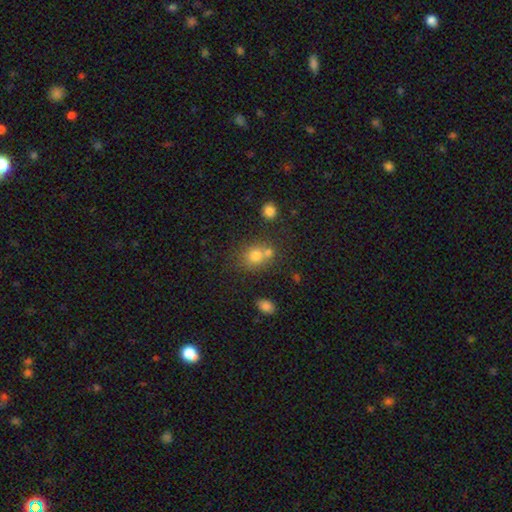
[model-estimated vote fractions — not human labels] smooth-or-featured: smooth: 75% | star or artifact: 13% | featured or disk: 12%
  how-rounded: round: 69% | in between: 30% | cigar-shaped: 1%
  merging: none: 47% | merger: 37% | minor disturbance: 11% | major disturbance: 4%